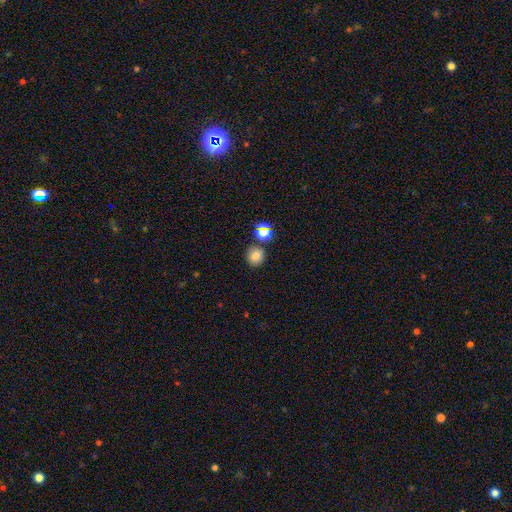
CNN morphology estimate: smooth 78%, star or artifact 16%, featured or disk 7%. Down the decision tree: how rounded — round (86%); merging — none (80%).